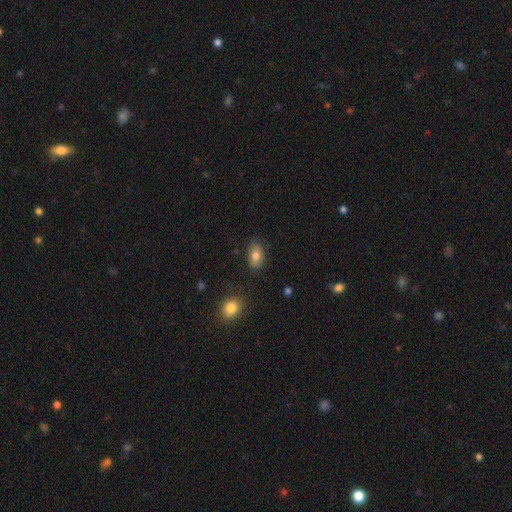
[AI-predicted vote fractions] Smooth or featured? smooth (78%)
How rounded? in between (86%)
Merging? none (80%)